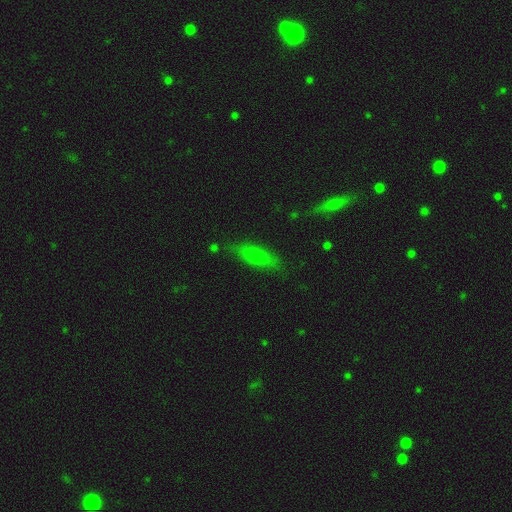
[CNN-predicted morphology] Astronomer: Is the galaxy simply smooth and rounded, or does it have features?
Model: smooth — 76%.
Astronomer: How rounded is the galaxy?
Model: in between — 52% (runner-up: cigar-shaped, 45%).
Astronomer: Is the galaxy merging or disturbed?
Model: none — 76%.